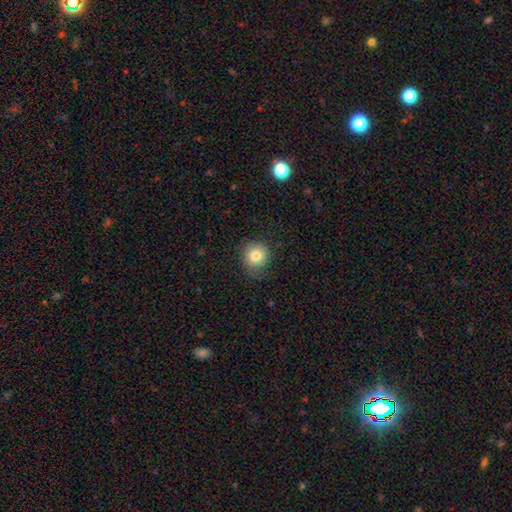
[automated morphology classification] Q: Smooth or featured?
A: smooth (82%); runner-up: star or artifact (10%)
Q: How rounded?
A: round (87%); runner-up: in between (12%)
Q: Merging?
A: none (75%); runner-up: minor disturbance (18%)